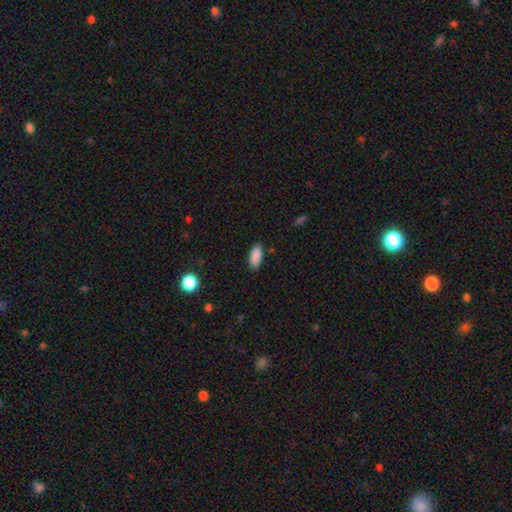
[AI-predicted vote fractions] This appears to be a smooth galaxy with no disk features (89%) that is in between round and cigar-shaped (89%). Merging: none (84%).